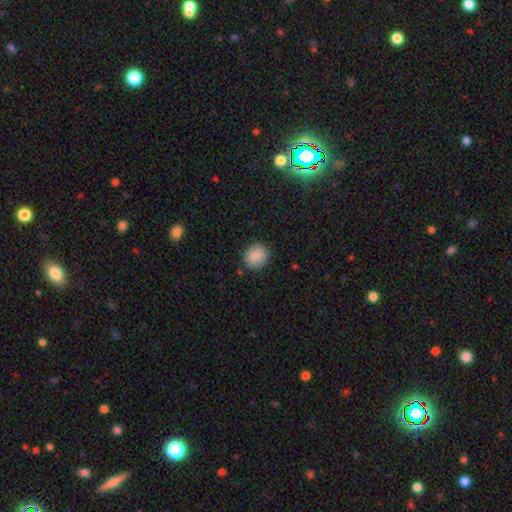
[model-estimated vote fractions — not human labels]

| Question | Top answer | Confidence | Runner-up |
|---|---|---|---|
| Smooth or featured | smooth | 88% | star or artifact (8%) |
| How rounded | round | 80% | in between (19%) |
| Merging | none | 87% | minor disturbance (9%) |